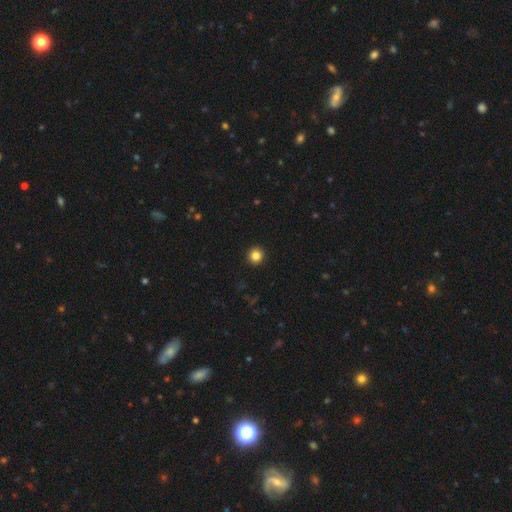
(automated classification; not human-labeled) This is clearly a smooth galaxy (85%). How rounded: clearly round (95%). Merging: clearly none (94%).